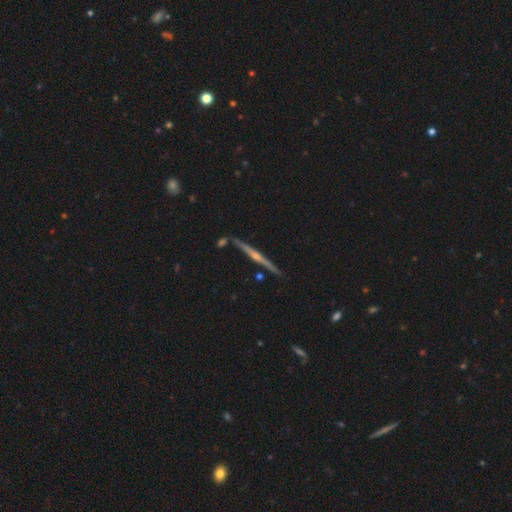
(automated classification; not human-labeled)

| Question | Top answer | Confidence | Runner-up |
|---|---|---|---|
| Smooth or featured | featured or disk | 80% | smooth (14%) |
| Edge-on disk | yes | 98% | no (2%) |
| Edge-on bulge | rounded | 76% | none (18%) |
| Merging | none | 86% | minor disturbance (8%) |